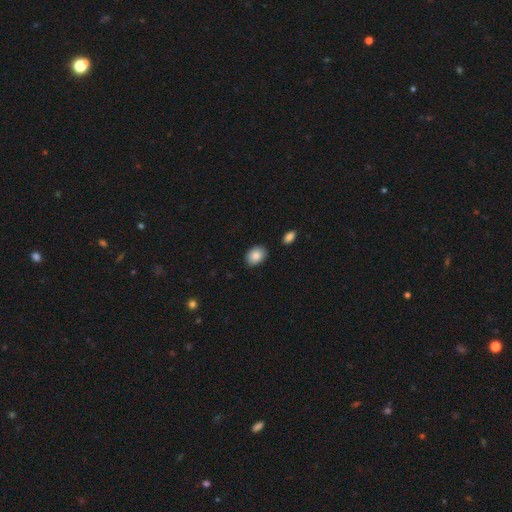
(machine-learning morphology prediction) Smooth or featured? Predicted: smooth (p=0.87). How rounded? Predicted: in between (p=0.78). Merging? Predicted: none (p=0.83).